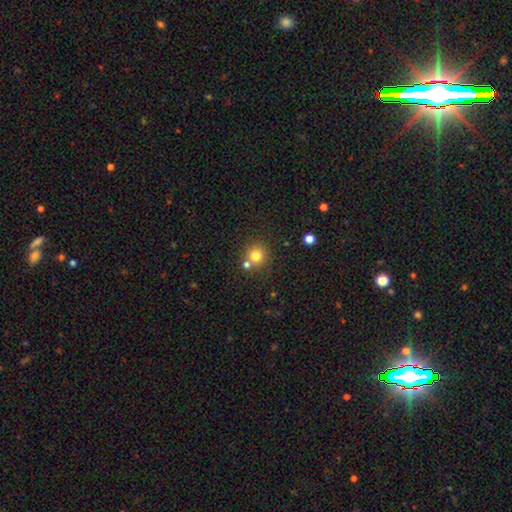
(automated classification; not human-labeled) smooth_or_featured: smooth (p=0.78) [alt: star or artifact p=0.13]
how_rounded: round (p=0.91) [alt: in between p=0.08]
merging: none (p=0.68) [alt: merger p=0.21]